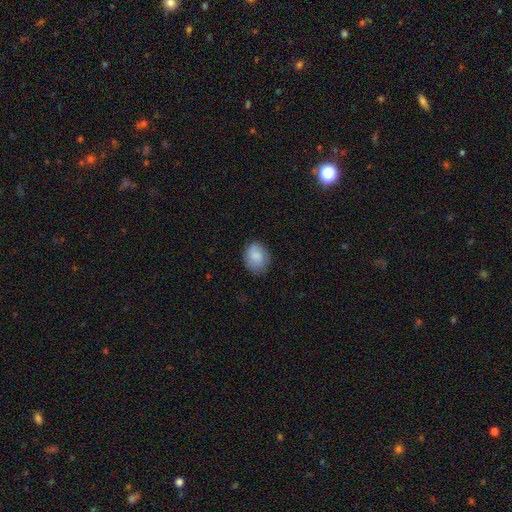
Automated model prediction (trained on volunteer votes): Smooth or featured? smooth (84%)
How rounded? in between (55%)
Merging? none (77%)